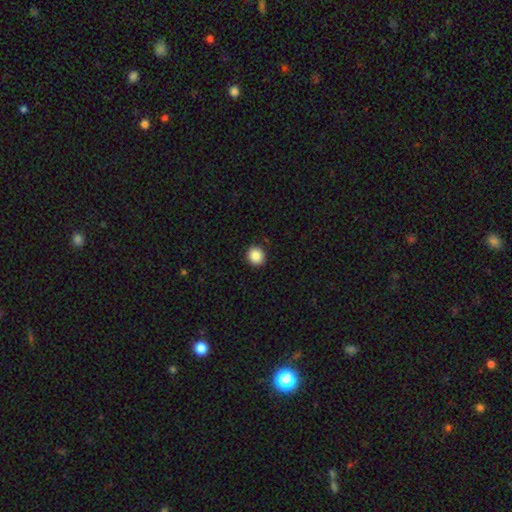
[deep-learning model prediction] Q: Smooth or featured?
A: smooth (88%); runner-up: star or artifact (9%)
Q: How rounded?
A: round (87%); runner-up: in between (12%)
Q: Merging?
A: none (92%); runner-up: minor disturbance (5%)